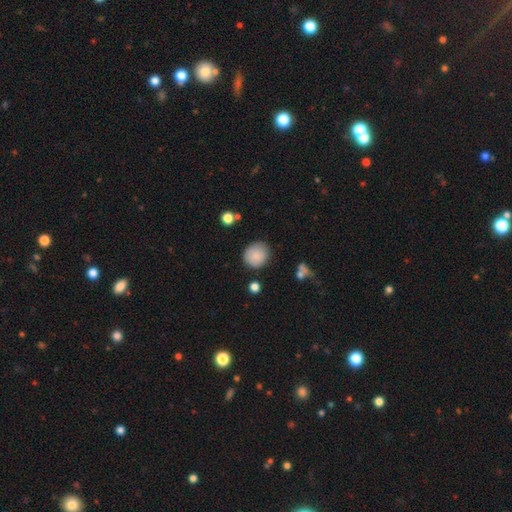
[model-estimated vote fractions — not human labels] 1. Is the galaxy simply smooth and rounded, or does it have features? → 85% smooth, 8% star or artifact, 6% featured or disk.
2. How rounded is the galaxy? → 85% round, 14% in between, 1% cigar-shaped.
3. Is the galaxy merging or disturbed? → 81% none, 13% minor disturbance, 3% major disturbance, 2% merger.